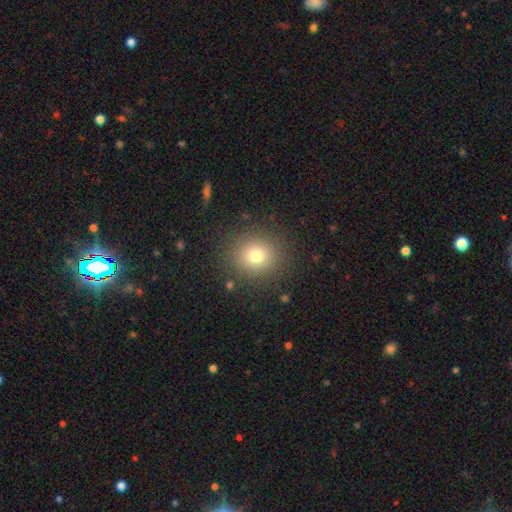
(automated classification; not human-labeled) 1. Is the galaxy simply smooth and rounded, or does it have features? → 76% smooth, 15% star or artifact, 10% featured or disk.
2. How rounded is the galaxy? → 85% round, 15% in between, 1% cigar-shaped.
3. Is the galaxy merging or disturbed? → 88% none, 7% minor disturbance, 3% major disturbance, 1% merger.